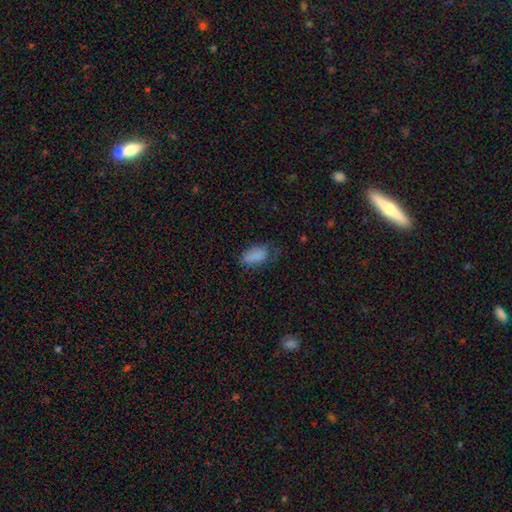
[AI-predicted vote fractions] Smooth or featured? smooth (82%)
How rounded? in between (91%)
Merging? none (53%)